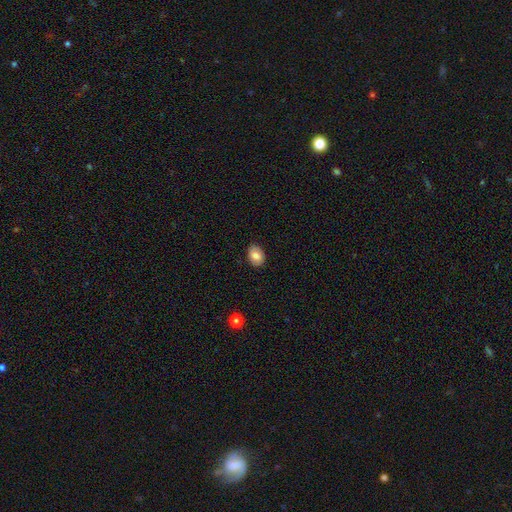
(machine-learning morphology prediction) This is clearly a smooth galaxy (80%). How rounded: likely in between (77%). Merging: clearly none (87%).